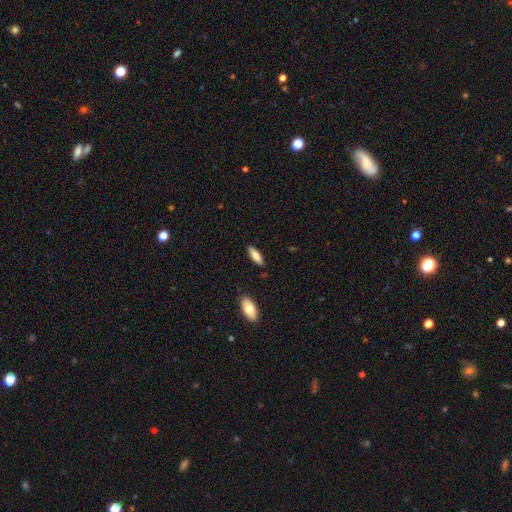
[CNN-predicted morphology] This appears to be a smooth galaxy with no disk features (81%) that is in between round and cigar-shaped (61%). Merging: none (85%).